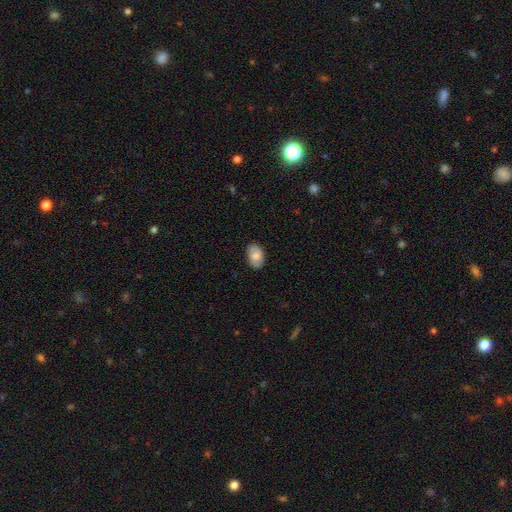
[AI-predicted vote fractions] The model was most divided on "smooth or featured": smooth: 74%, featured or disk: 20%, star or artifact: 7%. More confident: how rounded — in between (90%); merging — none (85%).